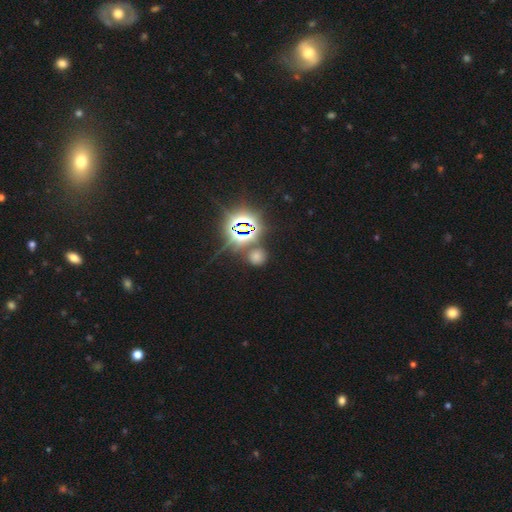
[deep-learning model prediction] This appears to be a star or artifact, not a galaxy (68%).